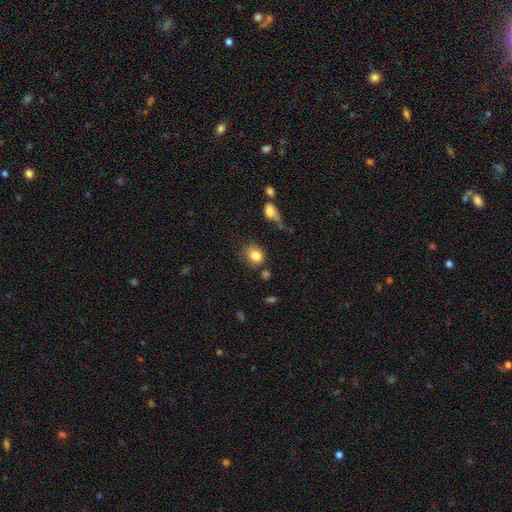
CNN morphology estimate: Smooth or featured? Predicted: smooth (p=0.83). How rounded? Predicted: round (p=0.64). Merging? Predicted: none (p=0.70).